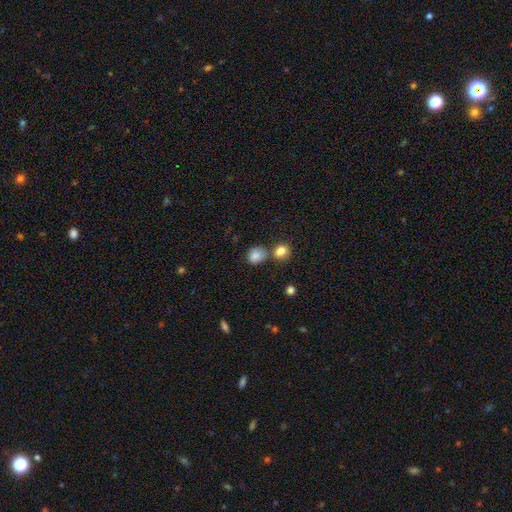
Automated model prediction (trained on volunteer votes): Q: Smooth or featured?
A: smooth (83%); runner-up: star or artifact (11%)
Q: How rounded?
A: round (61%); runner-up: in between (37%)
Q: Merging?
A: none (58%); runner-up: merger (21%)